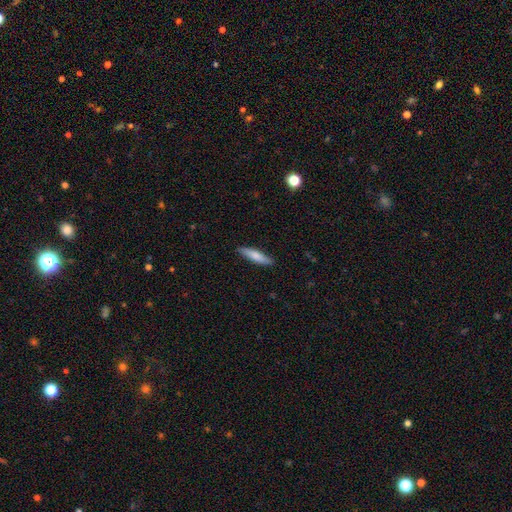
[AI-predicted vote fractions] This is likely a smooth galaxy (75%). How rounded: likely cigar-shaped (78%). Merging: clearly none (87%).